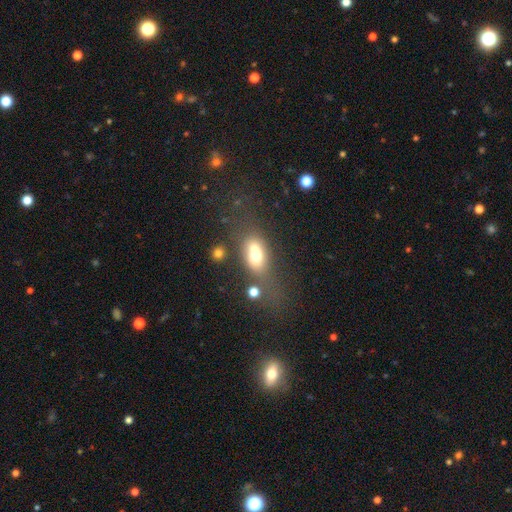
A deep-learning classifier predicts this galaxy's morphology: Overall: smooth (63%; featured or disk 25%). How rounded: in between (69%). Merging: merger (52%; none 27%).